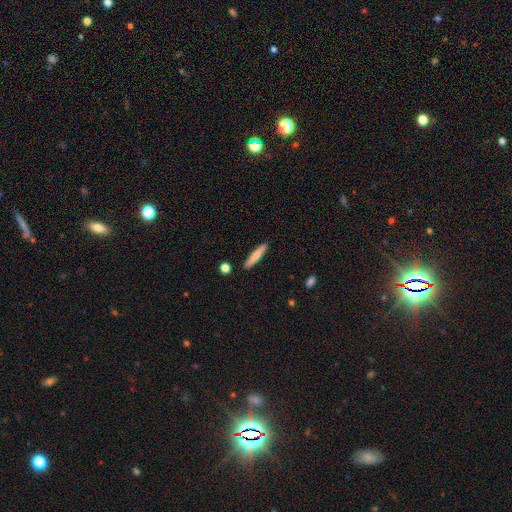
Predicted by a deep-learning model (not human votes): Smooth or featured? Predicted: smooth (p=0.73). How rounded? Predicted: cigar-shaped (p=0.91). Merging? Predicted: none (p=0.90).